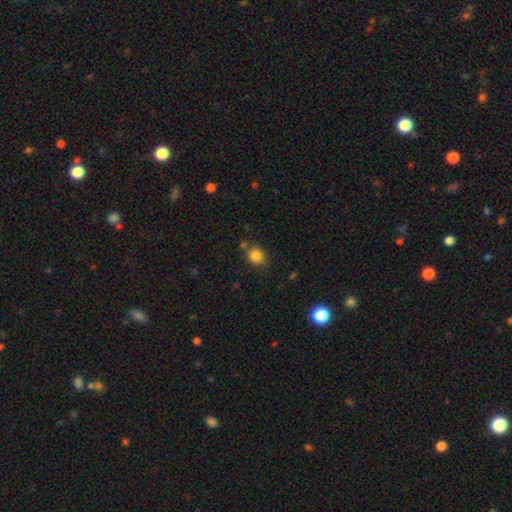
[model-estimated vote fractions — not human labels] The model was most divided on "how rounded": round: 70%, in between: 29%, cigar-shaped: 1%. More confident: smooth or featured — smooth (84%); merging — none (73%).